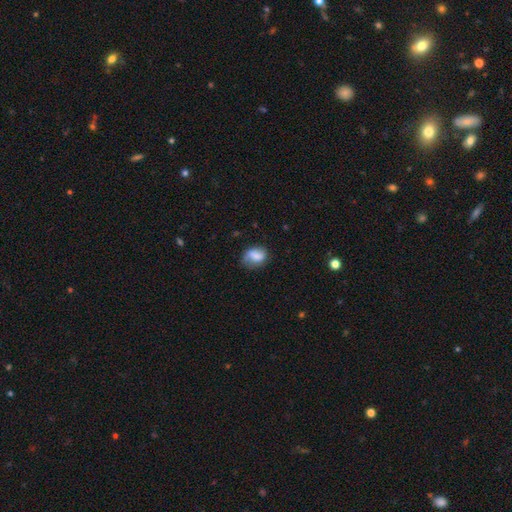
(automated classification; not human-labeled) This is likely a smooth galaxy (74%). How rounded: likely in between (63%). Merging: possibly none (57%).